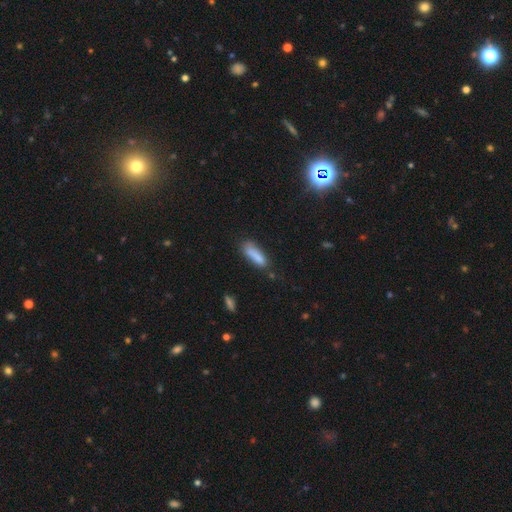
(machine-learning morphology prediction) smooth 82%, featured or disk 10%, star or artifact 8%. Down the decision tree: how rounded — cigar-shaped (57%); merging — none (58%).